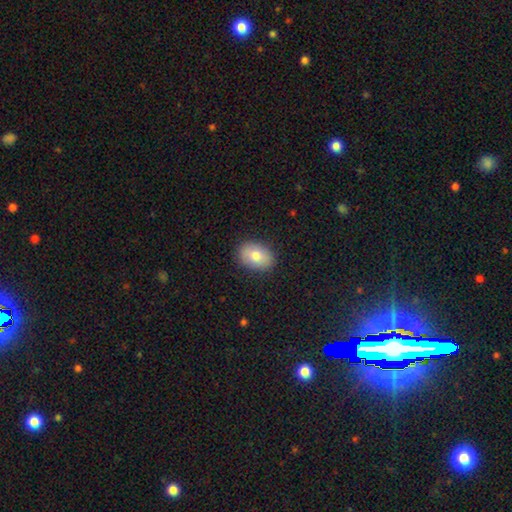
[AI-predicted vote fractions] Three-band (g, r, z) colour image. It shows a smooth galaxy with no disk features (77%) that is in between round and cigar-shaped (80%). Merging: none (87%).